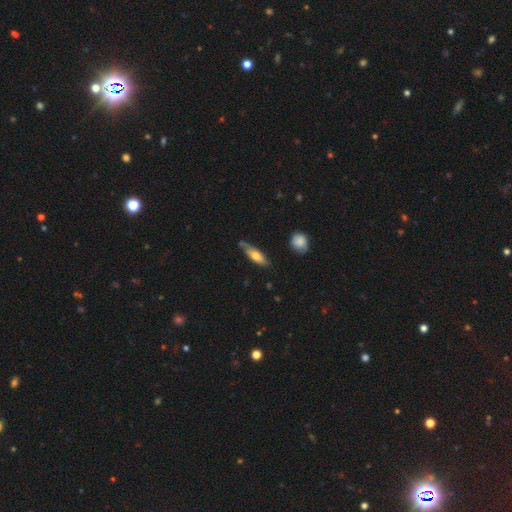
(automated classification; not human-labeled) A smooth galaxy with no disk features (61%) that is in between round and cigar-shaped (50%).

Vote fractions:
- Smooth or featured? smooth: 61% / featured or disk: 33% / star or artifact: 6%
- How rounded? in between: 50% / cigar-shaped: 47% / round: 3%
- Merging? none: 61% / minor disturbance: 29% / major disturbance: 6% / merger: 4%